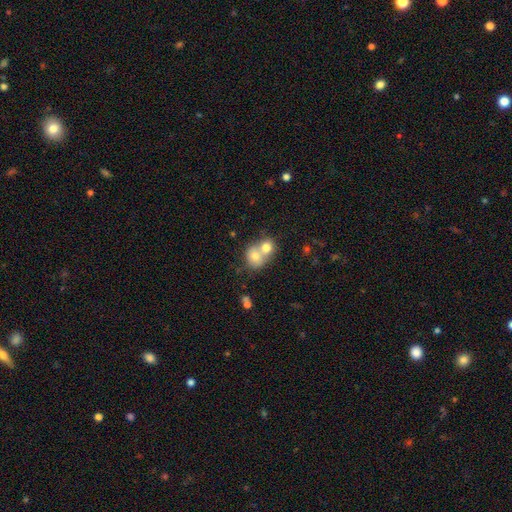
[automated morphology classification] A smooth galaxy with no disk features (72%) that is round (65%). Merging: merger (71%).